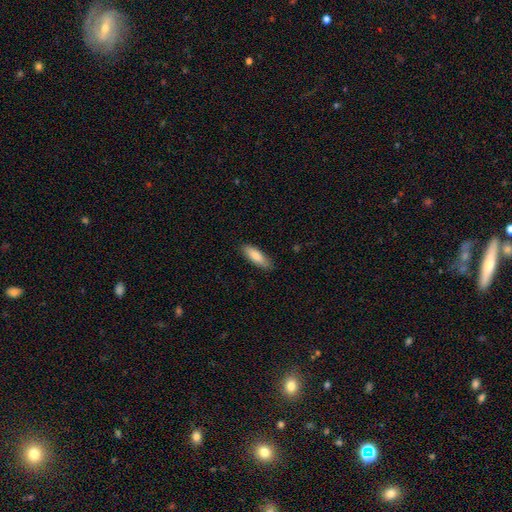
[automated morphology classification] A smooth galaxy with no disk features (85%) that is in between round and cigar-shaped (57%). Merging: none (86%).